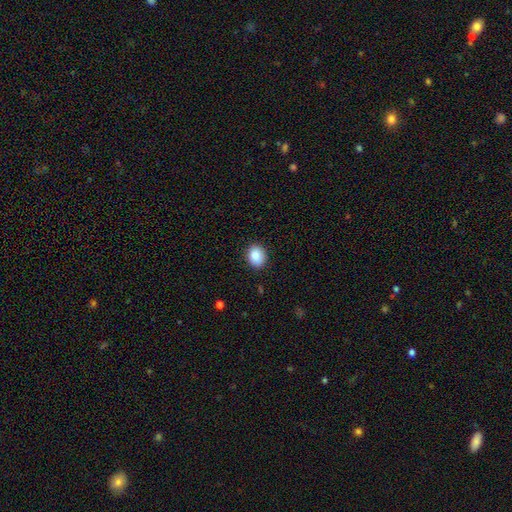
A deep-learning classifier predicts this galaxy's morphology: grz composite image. It shows a smooth galaxy with no disk features (88%) that is in between round and cigar-shaped (51%). Merging: none (88%).